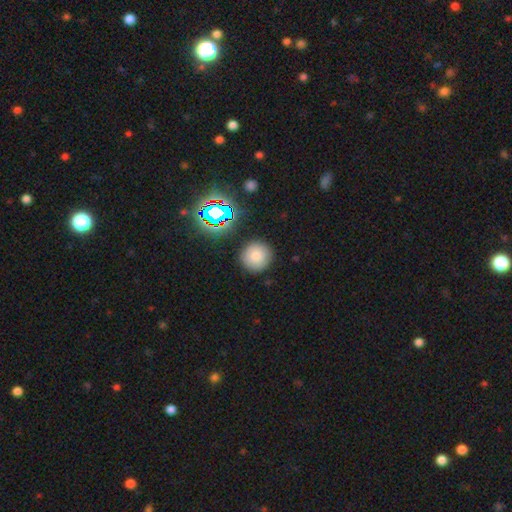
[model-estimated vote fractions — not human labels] This is likely a smooth galaxy (78%). How rounded: clearly round (94%). Merging: clearly none (89%).